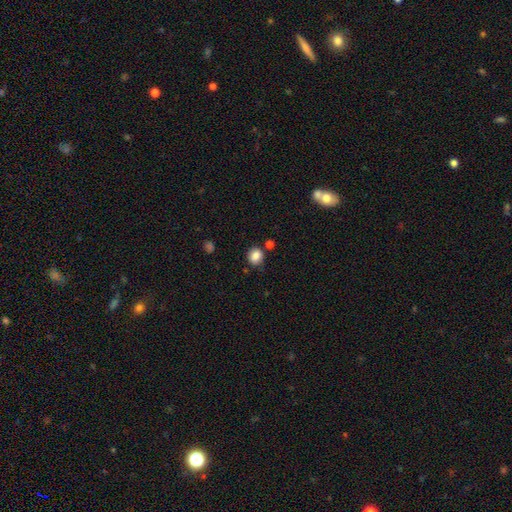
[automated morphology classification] A smooth galaxy with no disk features (85%) that is round (75%). Merging: none (77%).